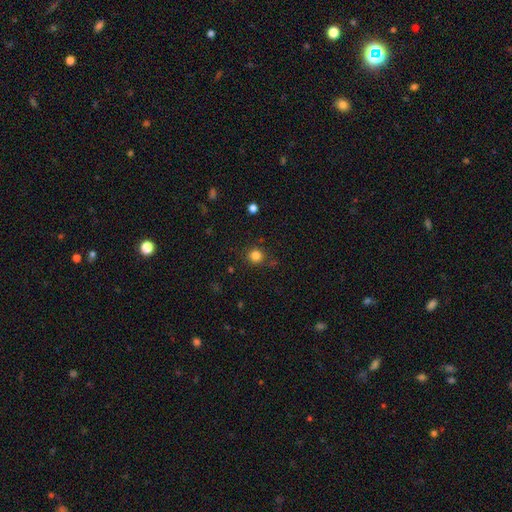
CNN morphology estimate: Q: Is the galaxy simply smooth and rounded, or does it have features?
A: smooth — 82%.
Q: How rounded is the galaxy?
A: round — 92%.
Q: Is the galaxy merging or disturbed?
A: none — 85%.